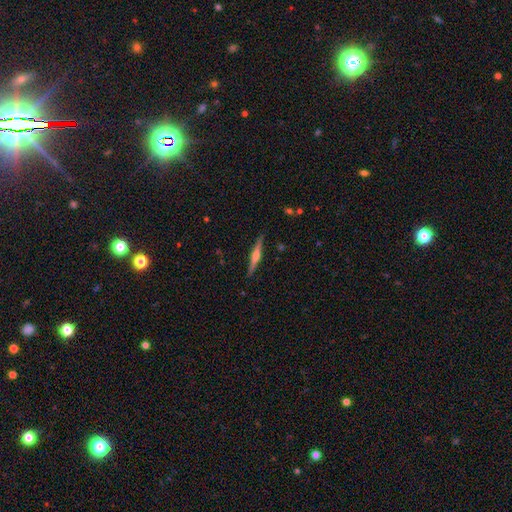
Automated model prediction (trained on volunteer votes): This is likely a featured or disk galaxy (71%). It is clearly viewed edge-on (98%). Edge-on bulge: likely rounded (75%). Merging: clearly none (90%).